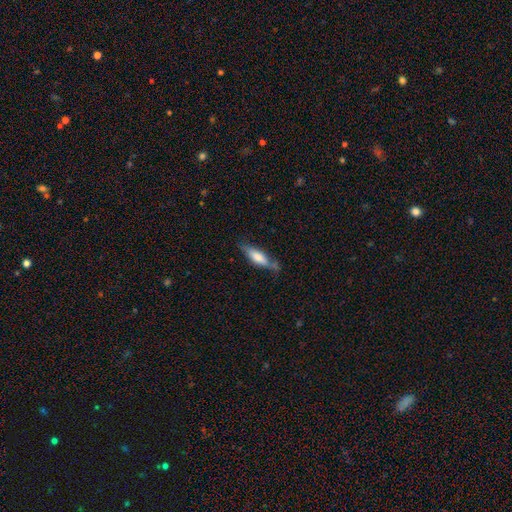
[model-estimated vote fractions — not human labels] Overall: smooth (60%; featured or disk 34%). How rounded: cigar-shaped (60%; in between 38%). Merging: none (63%; minor disturbance 25%).